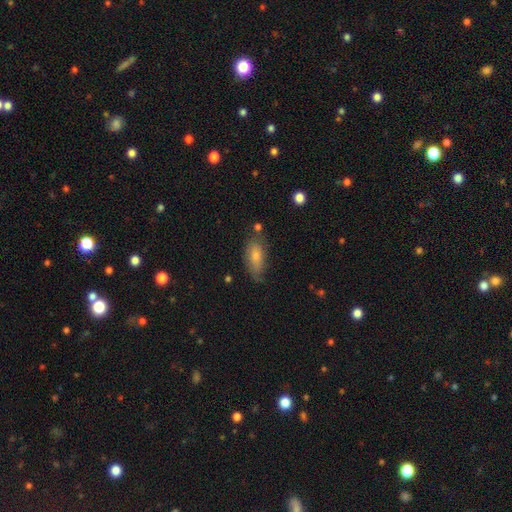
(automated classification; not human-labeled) Smooth or featured: smooth — 62% (featured or disk — 28%)
How rounded: in between — 81% (cigar-shaped — 15%)
Merging: none — 70% (minor disturbance — 22%)